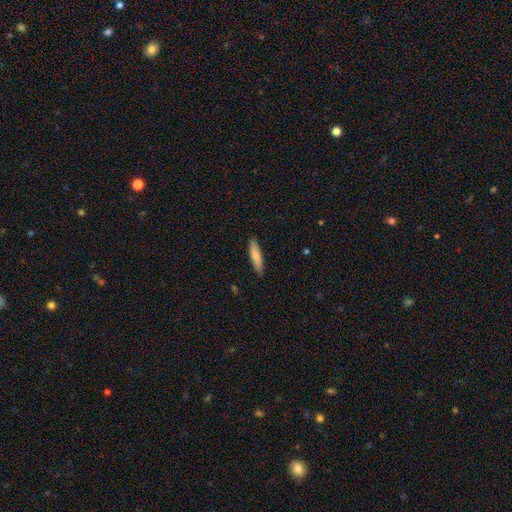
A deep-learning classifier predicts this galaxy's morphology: Smooth or featured: smooth — 78% (featured or disk — 17%)
How rounded: cigar-shaped — 81% (in between — 18%)
Merging: none — 89% (minor disturbance — 8%)